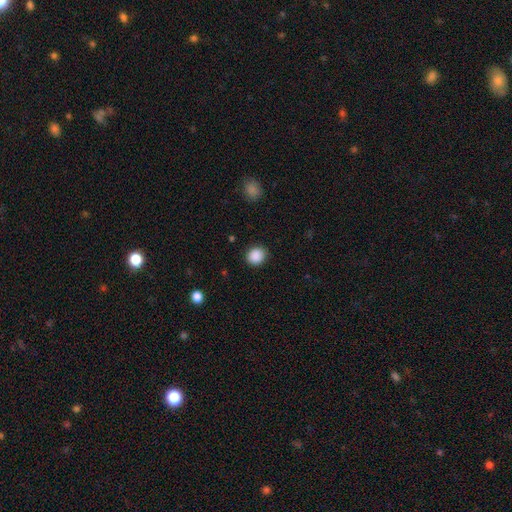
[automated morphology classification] Q: Smooth or featured?
A: smooth (89%); runner-up: star or artifact (9%)
Q: How rounded?
A: round (78%); runner-up: in between (21%)
Q: Merging?
A: none (88%); runner-up: minor disturbance (8%)